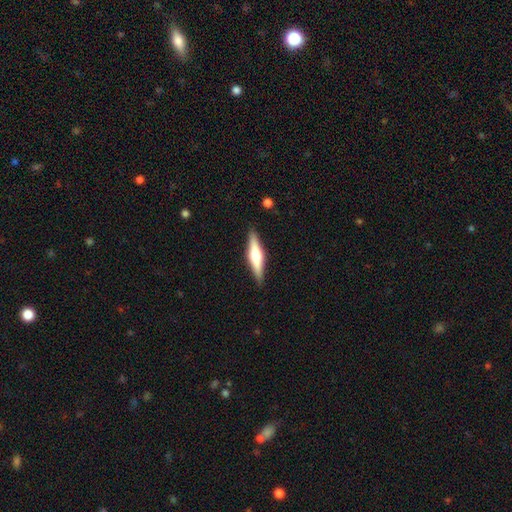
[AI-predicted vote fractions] Smooth or featured?
  - featured or disk: 61% *
  - smooth: 34%
  - star or artifact: 5%
Edge-on disk?
  - yes: 96% *
  - no: 4%
Edge-on bulge?
  - rounded: 90% *
  - boxy: 7%
  - none: 3%
Merging?
  - none: 90% *
  - minor disturbance: 8%
  - major disturbance: 2%
  - merger: 1%